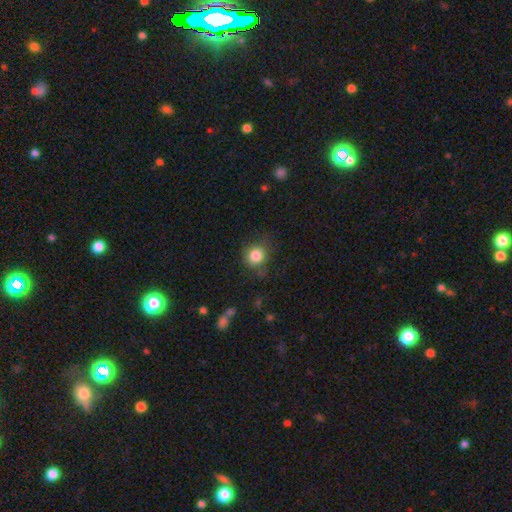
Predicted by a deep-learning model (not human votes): smooth-or-featured: smooth: 83% | star or artifact: 11% | featured or disk: 6%
  how-rounded: round: 86% | in between: 13% | cigar-shaped: 1%
  merging: none: 76% | minor disturbance: 17% | major disturbance: 5% | merger: 2%